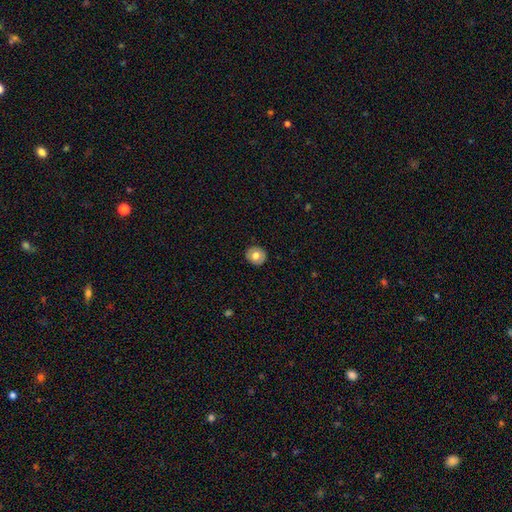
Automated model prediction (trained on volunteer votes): smooth-or-featured: smooth: 71% | featured or disk: 21% | star or artifact: 8%
  how-rounded: round: 87% | in between: 12% | cigar-shaped: 1%
  merging: none: 90% | minor disturbance: 8% | major disturbance: 2% | merger: 1%